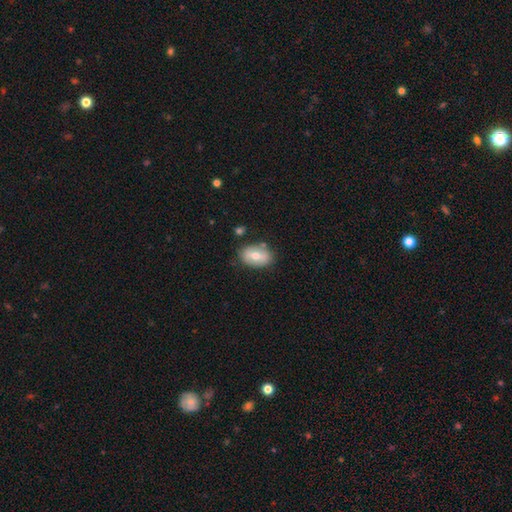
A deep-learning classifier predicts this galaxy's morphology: Smooth or featured? Predicted: smooth (p=0.64). How rounded? Predicted: in between (p=0.85). Merging? Predicted: none (p=0.77).